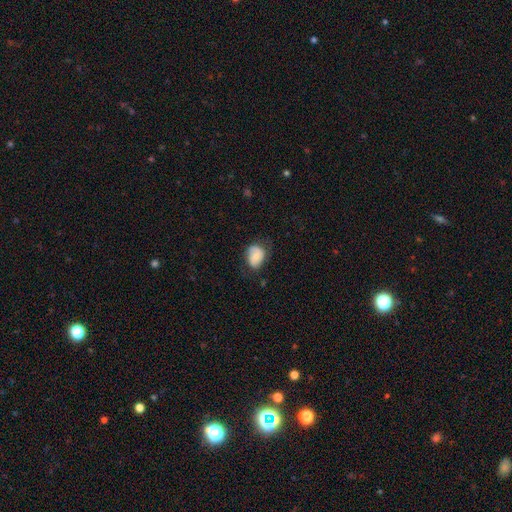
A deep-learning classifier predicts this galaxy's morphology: smooth-or-featured: smooth: 63% | featured or disk: 29% | star or artifact: 8%
  how-rounded: in between: 68% | round: 31% | cigar-shaped: 1%
  merging: none: 56% | minor disturbance: 30% | major disturbance: 12% | merger: 2%